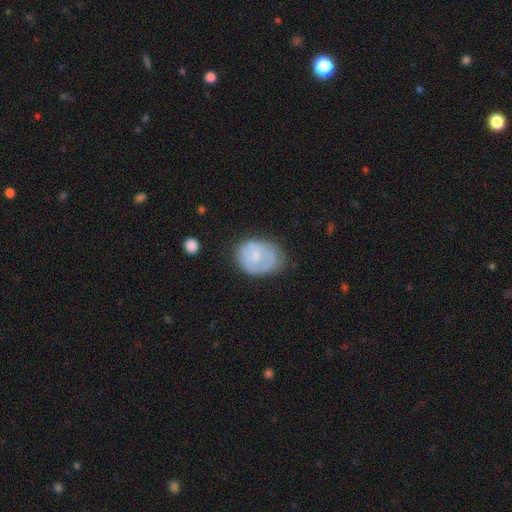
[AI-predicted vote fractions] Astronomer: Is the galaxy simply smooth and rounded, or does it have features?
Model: smooth — 50% (runner-up: featured or disk, 43%).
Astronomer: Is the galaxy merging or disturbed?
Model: none — 49% (runner-up: minor disturbance, 33%).